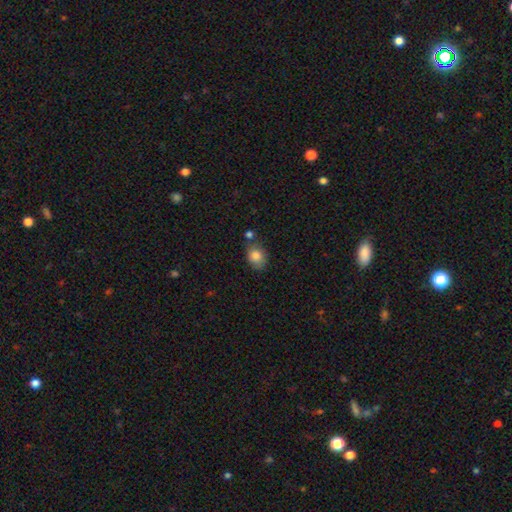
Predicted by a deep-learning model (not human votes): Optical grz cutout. It shows a smooth galaxy with no disk features (84%) that is in between round and cigar-shaped (60%). Merging: none (65%).